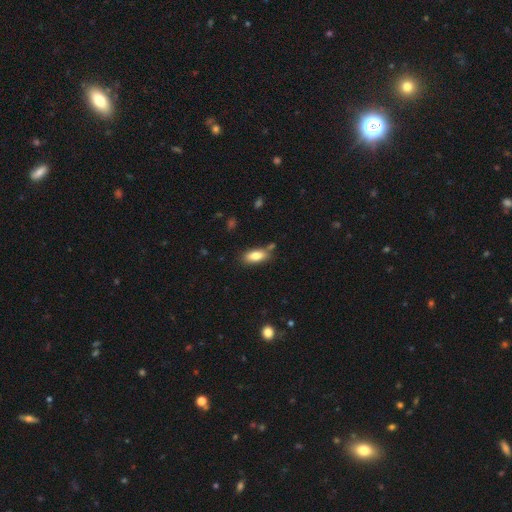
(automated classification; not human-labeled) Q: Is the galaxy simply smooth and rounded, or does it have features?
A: smooth — 83%.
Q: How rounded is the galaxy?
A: in between — 84%.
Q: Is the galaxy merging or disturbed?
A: none — 72%.